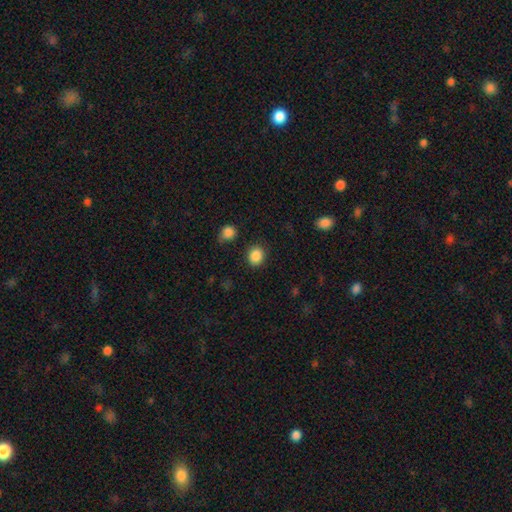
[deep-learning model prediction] smooth-or-featured: smooth: 88% | star or artifact: 9% | featured or disk: 3%
  how-rounded: round: 69% | in between: 30% | cigar-shaped: 1%
  merging: none: 86% | minor disturbance: 9% | major disturbance: 3% | merger: 3%